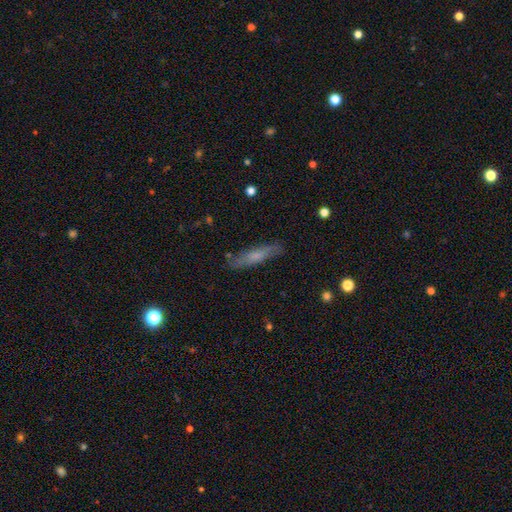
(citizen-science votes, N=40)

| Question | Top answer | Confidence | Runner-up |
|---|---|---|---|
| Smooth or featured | smooth | 68% | featured or disk (30%) |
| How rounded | cigar-shaped | 89% | in between (11%) |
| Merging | none | 87% | minor disturbance (10%) |